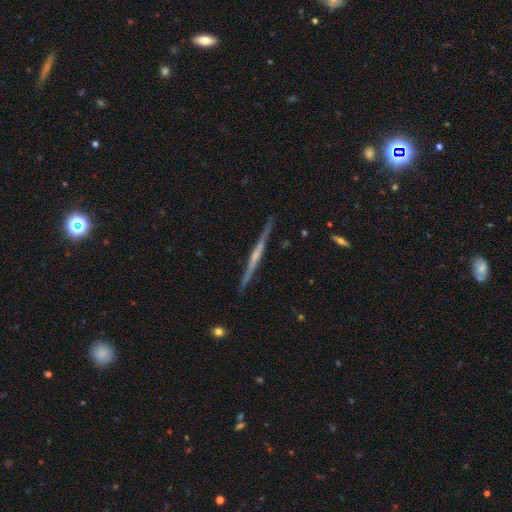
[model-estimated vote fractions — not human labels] Overall: featured or disk (76%). Edge-on disk: yes (98%). Edge-on bulge: none (49%; rounded 37%). Merging: none (90%).